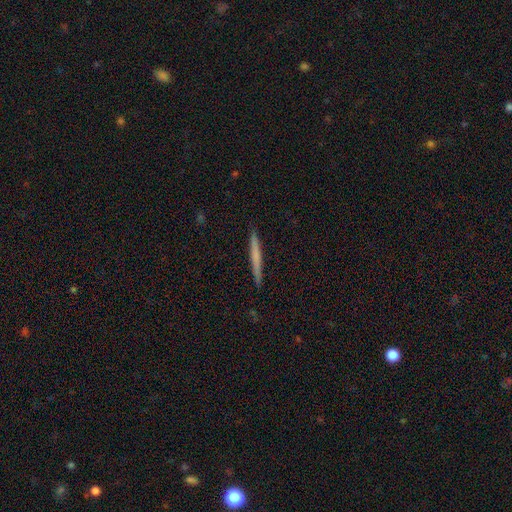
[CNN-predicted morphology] The model was most divided on "smooth or featured": smooth: 60%, featured or disk: 35%, star or artifact: 5%. More confident: how rounded — cigar-shaped (97%); merging — none (92%).